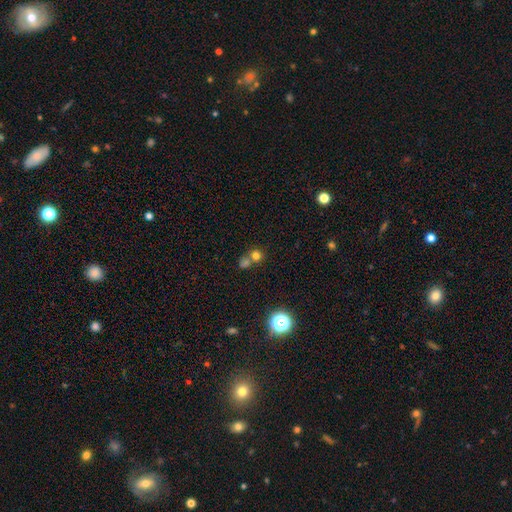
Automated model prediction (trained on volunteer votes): smooth_or_featured: smooth (p=0.71) [alt: star or artifact p=0.19]
how_rounded: round (p=0.84) [alt: in between p=0.15]
merging: merger (p=0.45) [tied with: none p=0.45]